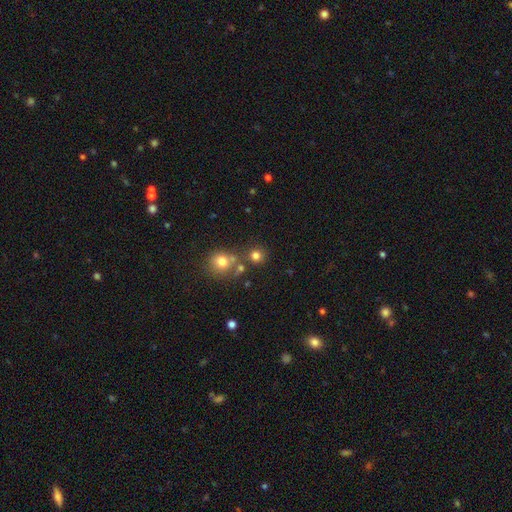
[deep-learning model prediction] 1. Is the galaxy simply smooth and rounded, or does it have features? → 76% smooth, 16% star or artifact, 8% featured or disk.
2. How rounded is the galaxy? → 90% round, 9% in between, 1% cigar-shaped.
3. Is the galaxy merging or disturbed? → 71% none, 17% merger, 8% minor disturbance, 4% major disturbance.